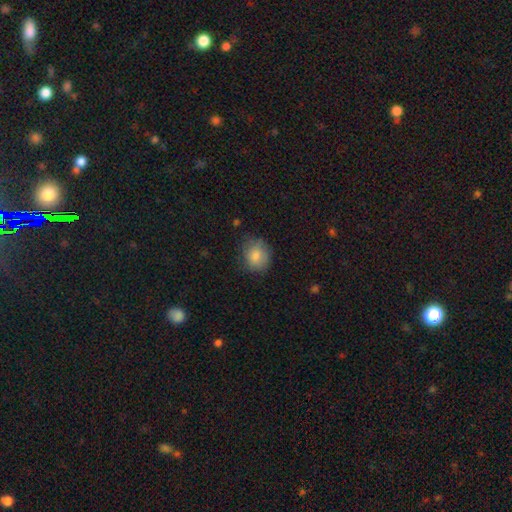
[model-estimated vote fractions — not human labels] Smooth or featured?
  - smooth: 83% *
  - star or artifact: 9%
  - featured or disk: 8%
How rounded?
  - round: 73% *
  - in between: 26%
  - cigar-shaped: 1%
Merging?
  - none: 73% *
  - minor disturbance: 22%
  - major disturbance: 5%
  - merger: 1%